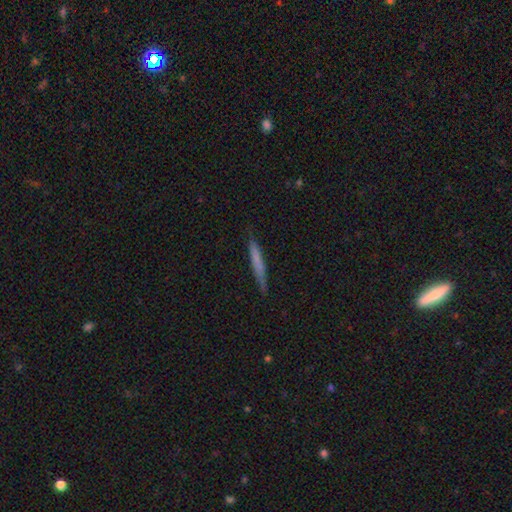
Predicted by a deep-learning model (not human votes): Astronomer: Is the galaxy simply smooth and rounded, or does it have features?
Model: smooth — 64%.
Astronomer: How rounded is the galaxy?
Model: cigar-shaped — 96%.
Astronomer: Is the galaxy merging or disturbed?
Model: none — 86%.